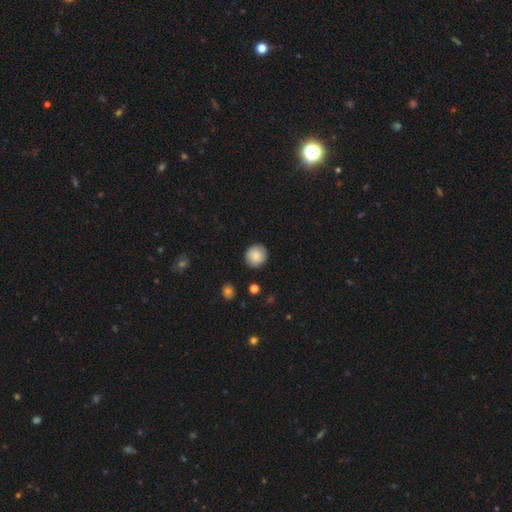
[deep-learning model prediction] A smooth galaxy with no disk features (80%) that is round (92%). Merging: none (89%).